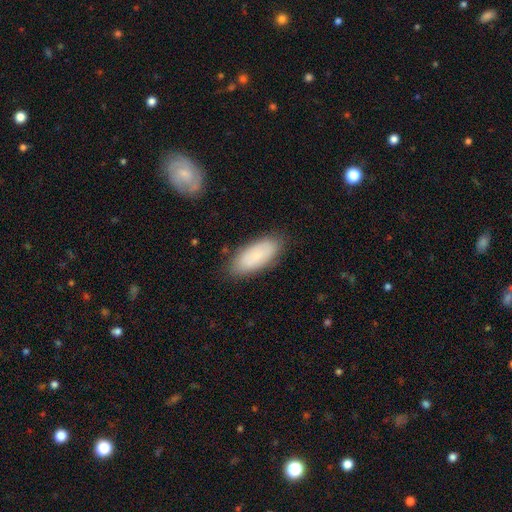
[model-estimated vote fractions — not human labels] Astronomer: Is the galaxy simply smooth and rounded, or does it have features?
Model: smooth — 80%.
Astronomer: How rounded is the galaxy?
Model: in between — 85%.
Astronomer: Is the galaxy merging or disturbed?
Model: none — 82%.